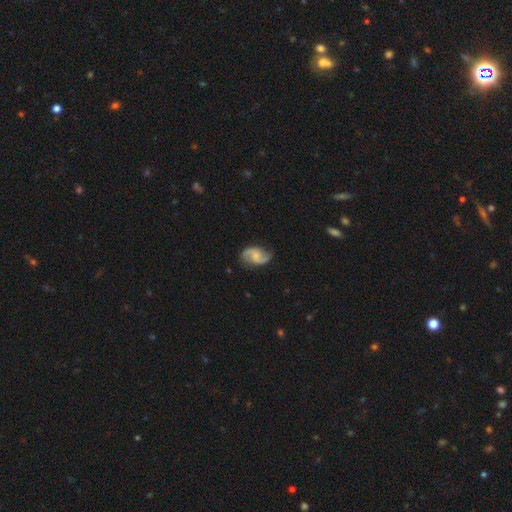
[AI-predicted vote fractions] Morphology: type=featured or disk (80%); edge-on=no (98%); bar=no (51%); spiral arms=yes (96%); winding=loose (45%); arm count=2 (93%); bulge=small (42%); merging=none (79%).